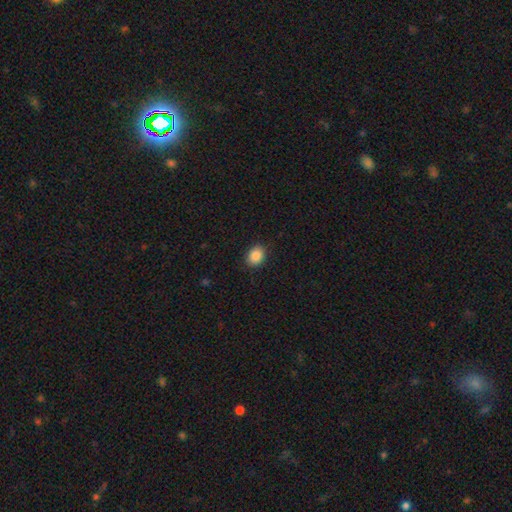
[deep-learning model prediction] Smooth or featured: smooth — 88% (star or artifact — 8%)
How rounded: in between — 56% (round — 43%)
Merging: none — 88% (minor disturbance — 9%)